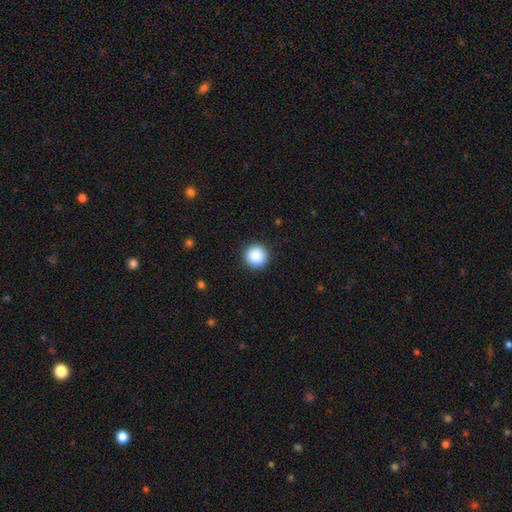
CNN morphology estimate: This is clearly a smooth galaxy (89%). How rounded: clearly round (95%). Merging: clearly none (92%).